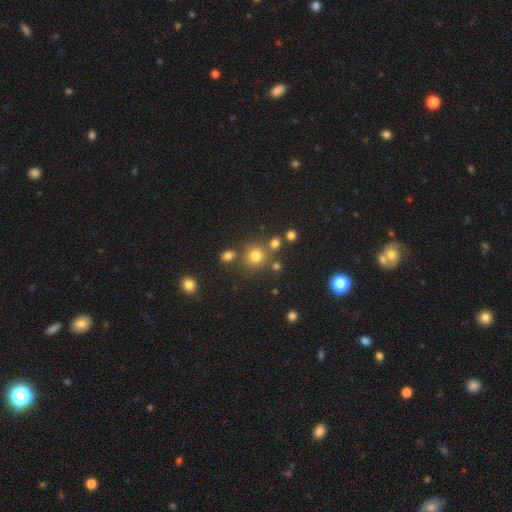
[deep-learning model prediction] Q: Smooth or featured?
A: smooth (74%); runner-up: star or artifact (19%)
Q: How rounded?
A: round (90%); runner-up: in between (9%)
Q: Merging?
A: none (76%); runner-up: merger (12%)